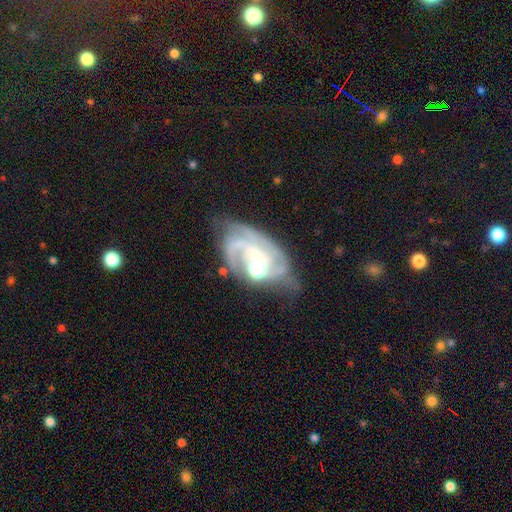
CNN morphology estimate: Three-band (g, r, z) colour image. It shows a featured or disk galaxy (81%) with no bar (55%), 2 (35%) tight (46%) spiral arms (90%) and a moderate central bulge (50%). Merging: none (43%).